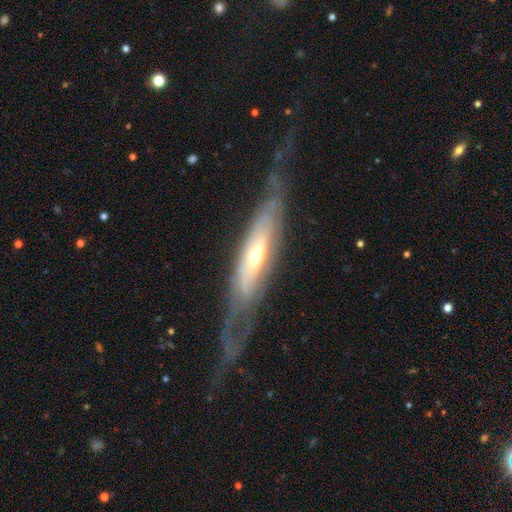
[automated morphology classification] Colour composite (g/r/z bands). It shows a featured or disk galaxy (78%). Merging: none (53%).